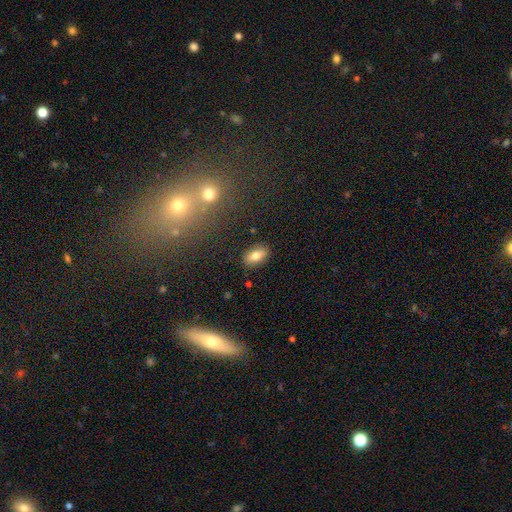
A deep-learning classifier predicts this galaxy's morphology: type=smooth (77%); roundness=in between (89%); merging=none (87%).